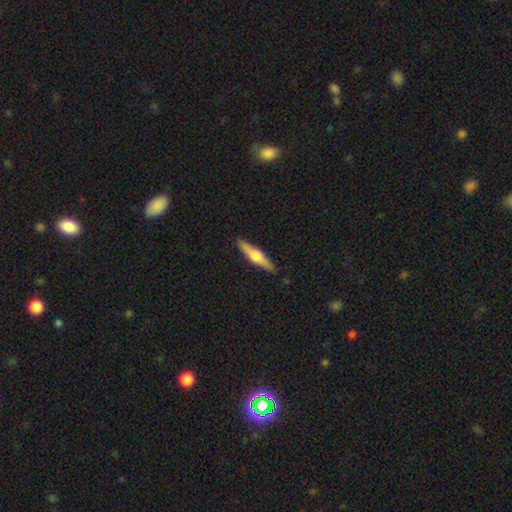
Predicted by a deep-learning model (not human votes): This is possibly a featured or disk galaxy (54%). It is clearly viewed edge-on (96%). Edge-on bulge: clearly rounded (90%). Merging: clearly none (89%).